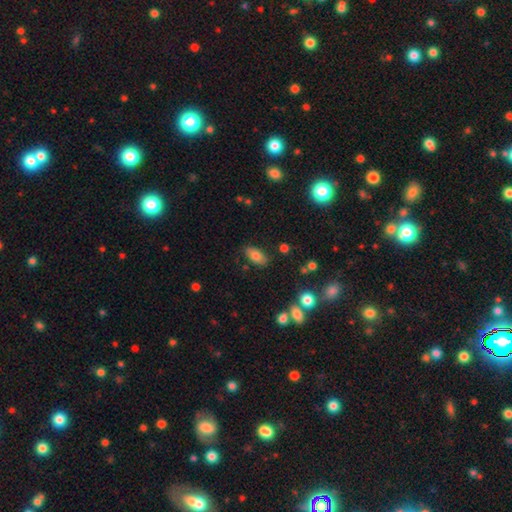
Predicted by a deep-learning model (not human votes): Morphology: type=smooth (78%); roundness=in between (90%); merging=none (83%).